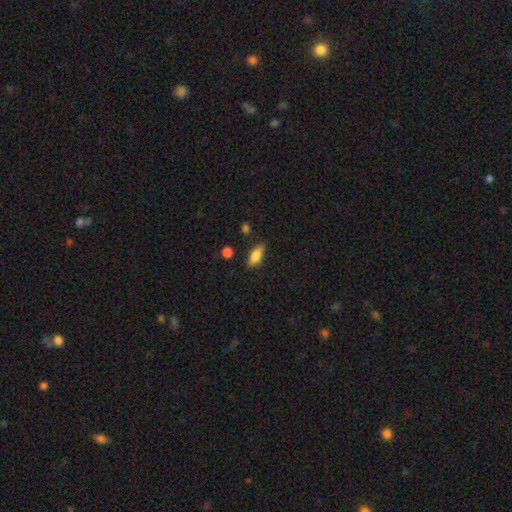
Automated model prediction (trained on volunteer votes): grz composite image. It shows a smooth galaxy with no disk features (81%) that is in between round and cigar-shaped (79%). Merging: none (77%).